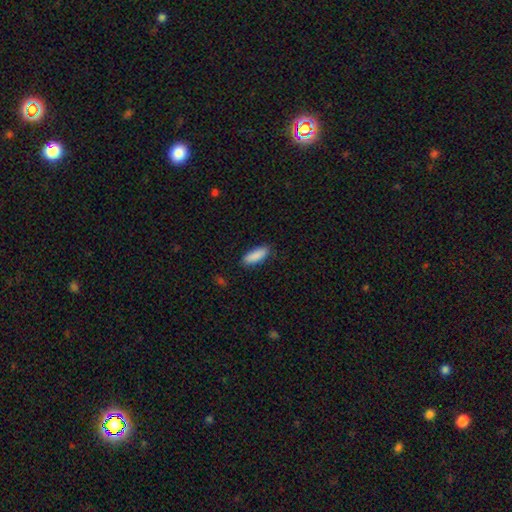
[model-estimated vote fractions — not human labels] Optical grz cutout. It shows a smooth galaxy with no disk features (90%) that is in between round and cigar-shaped (62%). Merging: none (86%).